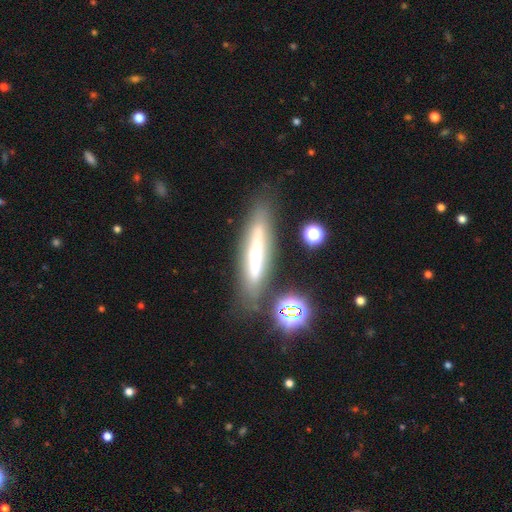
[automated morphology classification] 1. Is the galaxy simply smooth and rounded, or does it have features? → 56% featured or disk, 35% smooth, 10% star or artifact.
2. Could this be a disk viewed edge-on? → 81% yes, 19% no.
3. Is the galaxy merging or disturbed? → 80% none, 12% minor disturbance, 5% merger, 4% major disturbance.